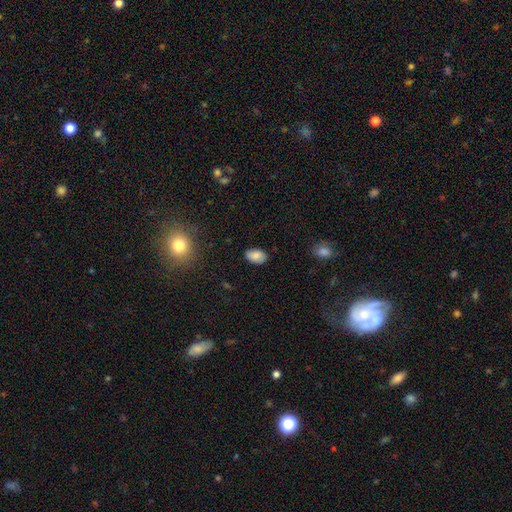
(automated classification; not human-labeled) smooth_or_featured: smooth (p=0.83) [alt: star or artifact p=0.09]
how_rounded: in between (p=0.90) [alt: round p=0.08]
merging: none (p=0.80) [alt: minor disturbance p=0.16]